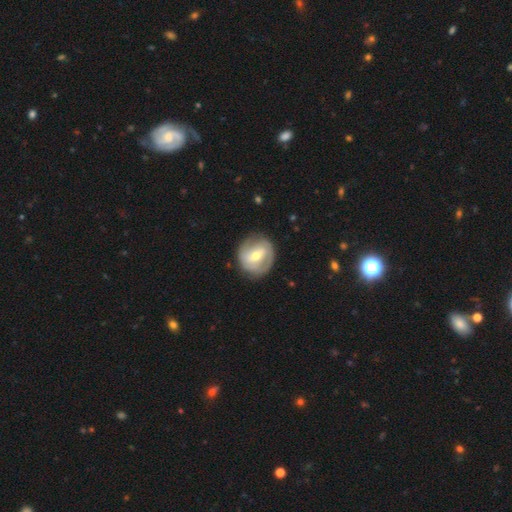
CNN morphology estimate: type=featured or disk (67%); edge-on=no (97%); bar=weak (45%); spiral arms=yes (73%); bulge=moderate (61%); merging=none (79%).